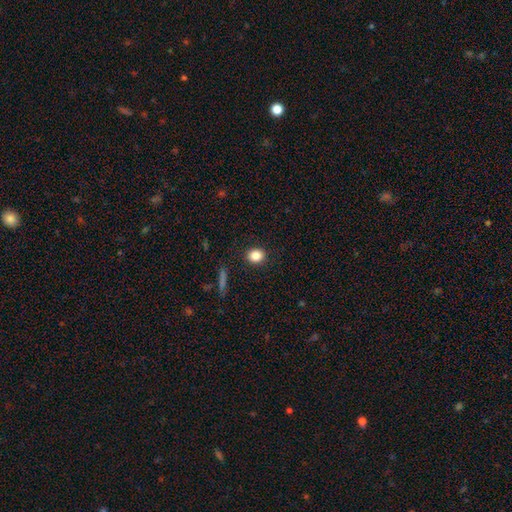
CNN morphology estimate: This is clearly a smooth galaxy (85%). How rounded: likely round (72%). Merging: clearly none (90%).